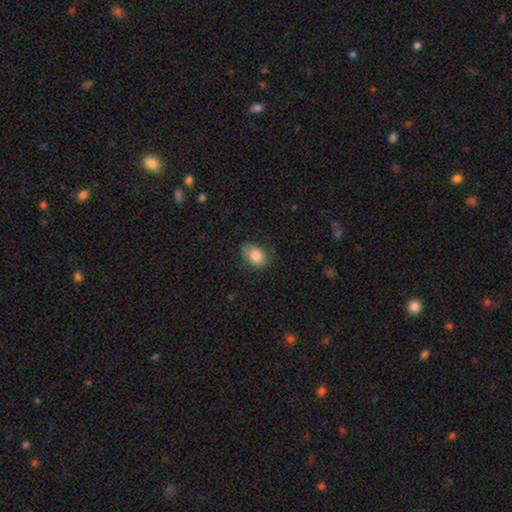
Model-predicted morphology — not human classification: smooth 82%, featured or disk 11%, star or artifact 7%. Down the decision tree: how rounded — in between (79%); merging — none (68%).